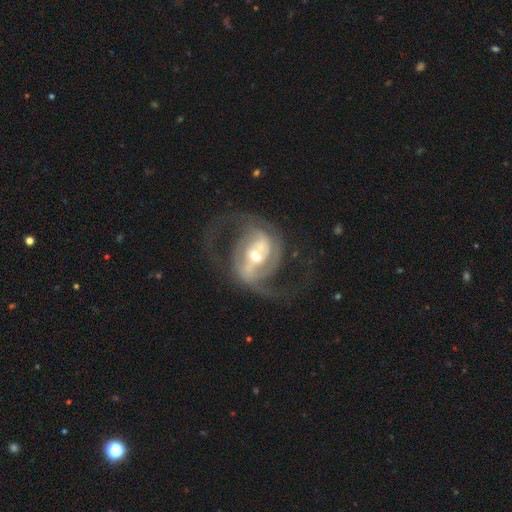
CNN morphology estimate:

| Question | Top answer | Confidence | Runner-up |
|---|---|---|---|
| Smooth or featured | featured or disk | 90% | smooth (6%) |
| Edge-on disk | no | 97% | yes (3%) |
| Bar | strong | 42% | weak (37%) |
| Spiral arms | yes | 95% | no (5%) |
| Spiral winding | medium | 52% | loose (27%) |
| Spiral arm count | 2 | 76% | 3 (10%) |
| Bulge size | moderate | 62% | small (28%) |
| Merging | none | 61% | major disturbance (21%) |